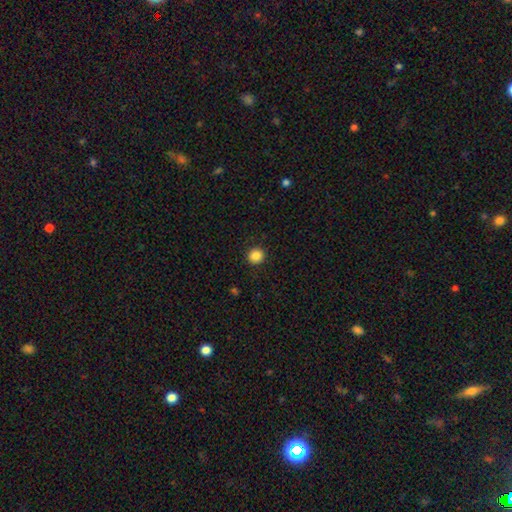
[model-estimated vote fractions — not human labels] smooth-or-featured: smooth: 86% | star or artifact: 10% | featured or disk: 3%
  how-rounded: round: 91% | in between: 8% | cigar-shaped: 1%
  merging: none: 92% | minor disturbance: 5% | major disturbance: 2% | merger: 1%